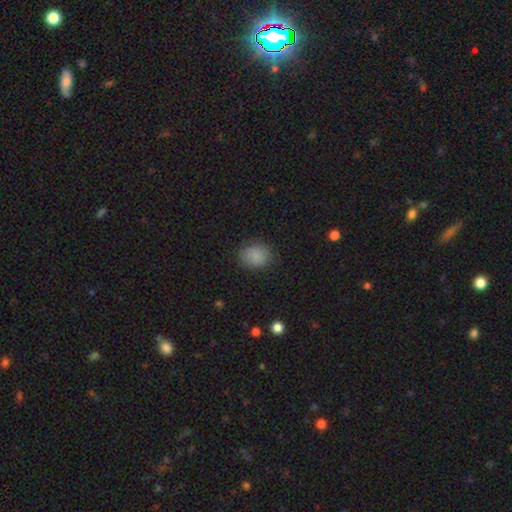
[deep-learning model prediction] This is clearly a smooth galaxy (87%). How rounded: possibly round (54%). Merging: clearly none (83%).